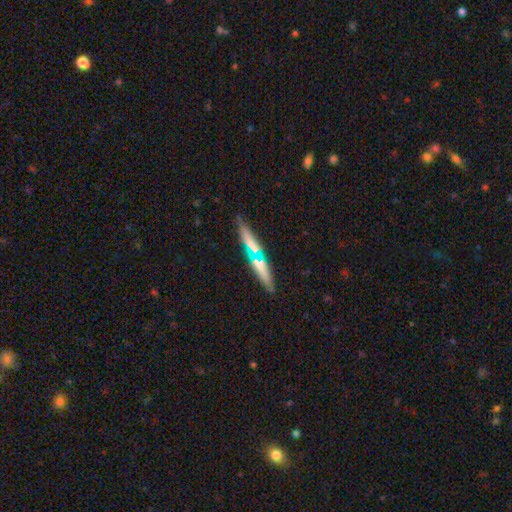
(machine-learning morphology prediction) The model was most divided on "smooth or featured": smooth: 51%, featured or disk: 41%, star or artifact: 8%. More confident: how rounded — cigar-shaped (89%); merging — none (77%).